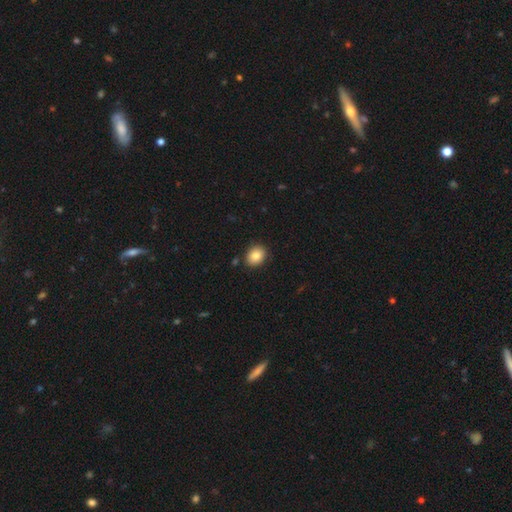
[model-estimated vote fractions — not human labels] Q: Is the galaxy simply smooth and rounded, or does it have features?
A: smooth — 85%.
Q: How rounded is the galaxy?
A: in between — 55%.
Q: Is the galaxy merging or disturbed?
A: none — 87%.